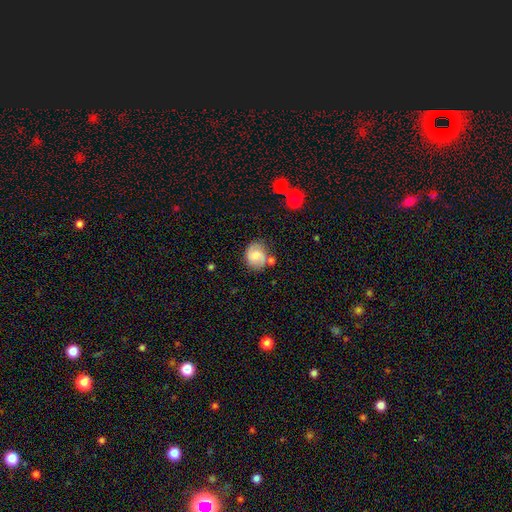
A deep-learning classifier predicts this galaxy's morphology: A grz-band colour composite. It shows a smooth galaxy with no disk features (56%) that is round (73%). Merging: none (64%).